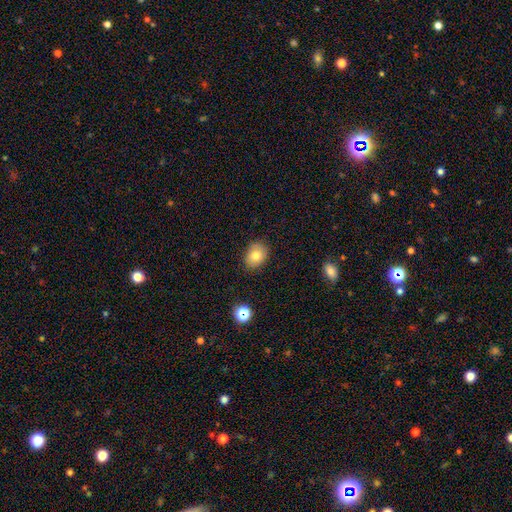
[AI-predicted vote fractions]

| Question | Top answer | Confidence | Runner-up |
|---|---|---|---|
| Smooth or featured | smooth | 79% | featured or disk (11%) |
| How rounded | in between | 58% | round (41%) |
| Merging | none | 85% | minor disturbance (11%) |